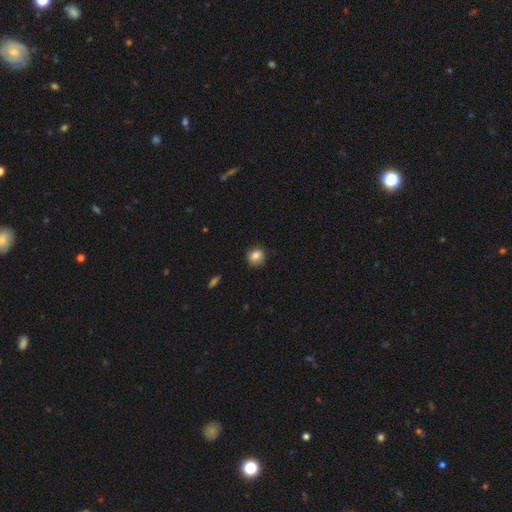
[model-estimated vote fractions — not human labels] This appears to be a smooth galaxy with no disk features (83%) that is round (88%). Merging: none (82%).